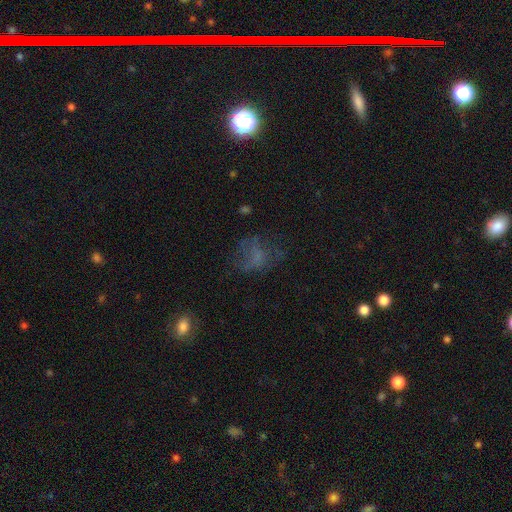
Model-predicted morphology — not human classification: This is marginally a smooth galaxy (43%). Merging: possibly none (45%).